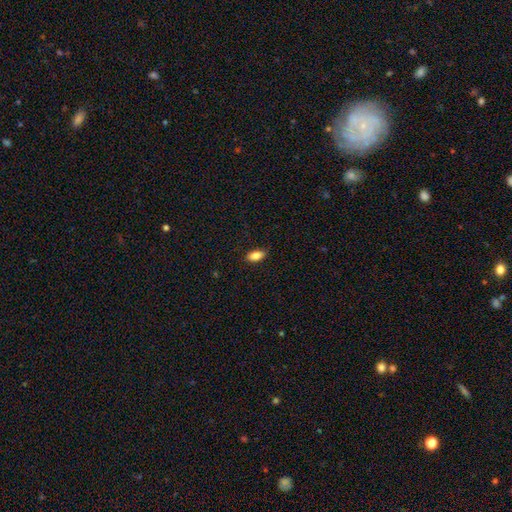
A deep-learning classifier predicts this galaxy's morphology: Smooth or featured? Predicted: smooth (p=0.86). How rounded? Predicted: in between (p=0.88). Merging? Predicted: none (p=0.86).